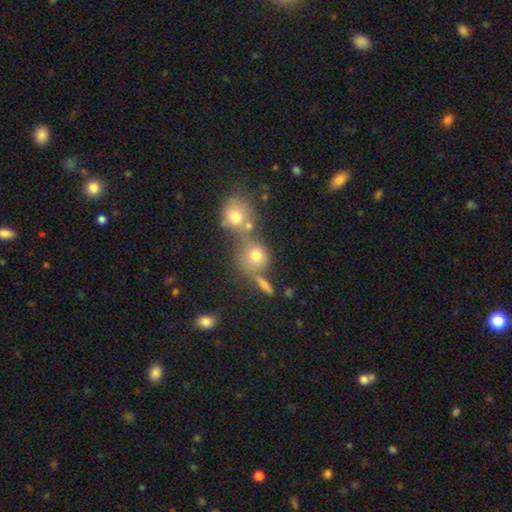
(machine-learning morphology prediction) smooth-or-featured: smooth: 69% | star or artifact: 16% | featured or disk: 14%
  how-rounded: round: 83% | in between: 15% | cigar-shaped: 2%
  merging: none: 47% | merger: 40% | minor disturbance: 9% | major disturbance: 5%